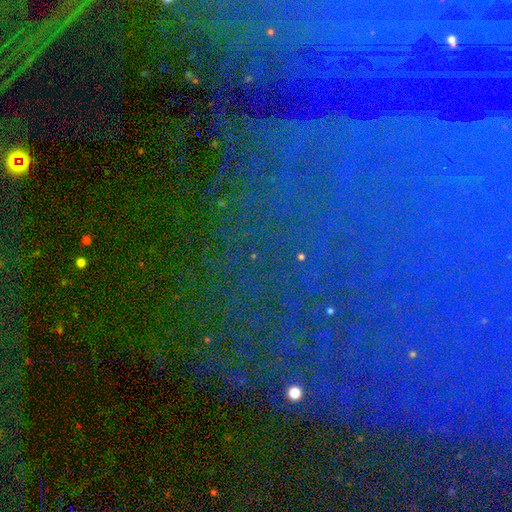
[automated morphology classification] star or artifact 75%, featured or disk 14%, smooth 11%.